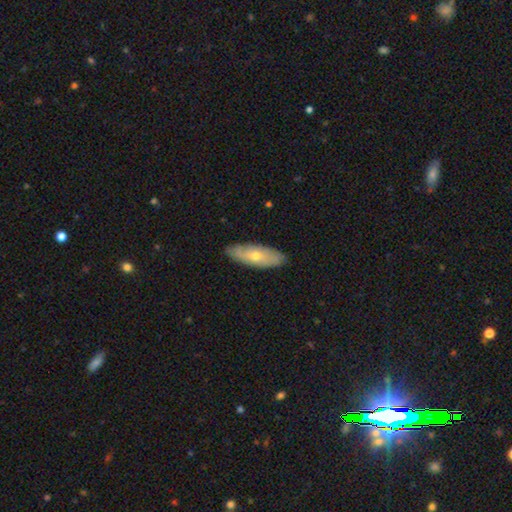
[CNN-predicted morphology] This is possibly a smooth galaxy (49%). Merging: clearly none (84%).